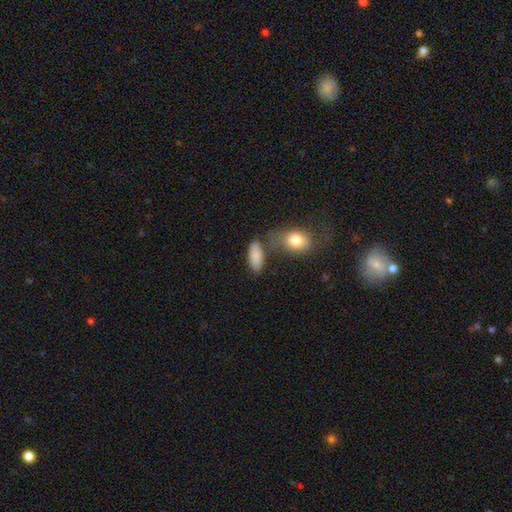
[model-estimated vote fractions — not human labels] This appears to be a smooth galaxy with no disk features (84%) that is in between round and cigar-shaped (87%). Merging: none (57%).